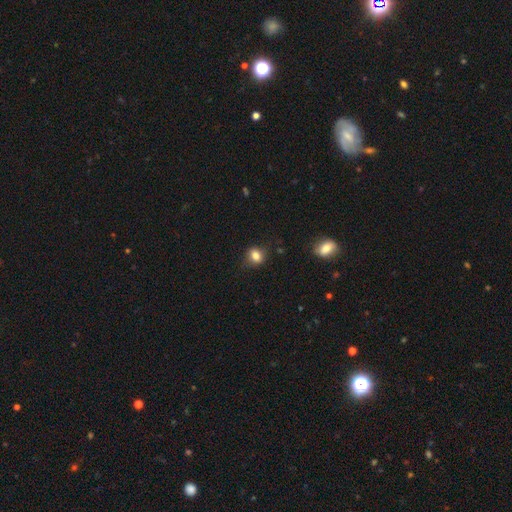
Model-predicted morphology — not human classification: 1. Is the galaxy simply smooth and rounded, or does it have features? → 80% smooth, 11% star or artifact, 9% featured or disk.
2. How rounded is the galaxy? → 54% round, 45% in between, 1% cigar-shaped.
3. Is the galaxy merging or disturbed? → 77% none, 17% minor disturbance, 4% major disturbance, 2% merger.